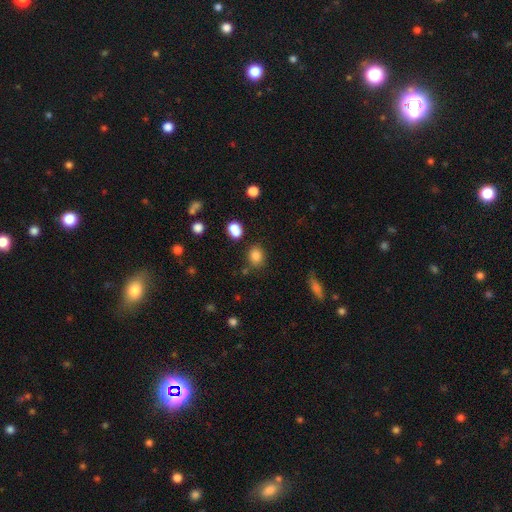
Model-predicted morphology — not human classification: A smooth galaxy with no disk features (83%) that is round (63%).

Vote fractions:
- Smooth or featured? smooth: 83% / star or artifact: 12% / featured or disk: 5%
- How rounded? round: 63% / in between: 36% / cigar-shaped: 1%
- Merging? none: 79% / minor disturbance: 11% / merger: 6% / major disturbance: 4%